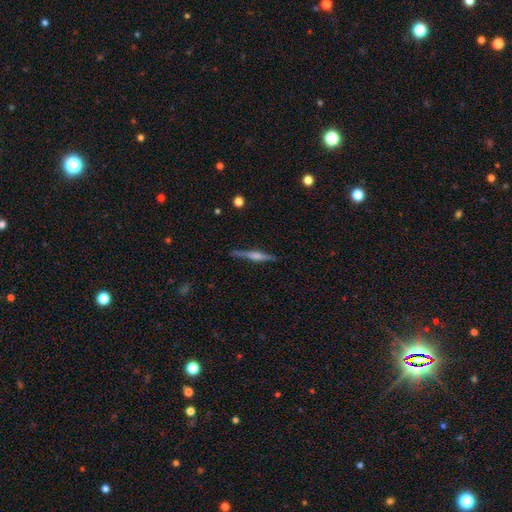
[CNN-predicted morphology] A featured or disk galaxy (73%) viewed edge-on (98%) with a rounded central bulge (65%).

Vote fractions:
- Smooth or featured? featured or disk: 73% / smooth: 20% / star or artifact: 6%
- Edge-on disk? yes: 98% / no: 2%
- Edge-on bulge? rounded: 65% / boxy: 24% / none: 12%
- Merging? none: 89% / minor disturbance: 8% / major disturbance: 2% / merger: 1%